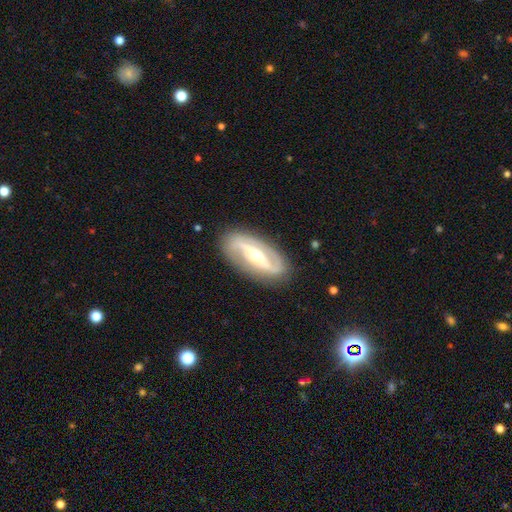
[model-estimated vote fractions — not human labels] Overall: featured or disk (85%). Edge-on disk: no (90%). Bar: strong (61%; weak 24%). Spiral arms: yes (86%). Spiral arm count: 2 (90%). Spiral winding: medium (38%; loose 37%). Bulge size: moderate (63%; small 30%). Merging: none (86%).